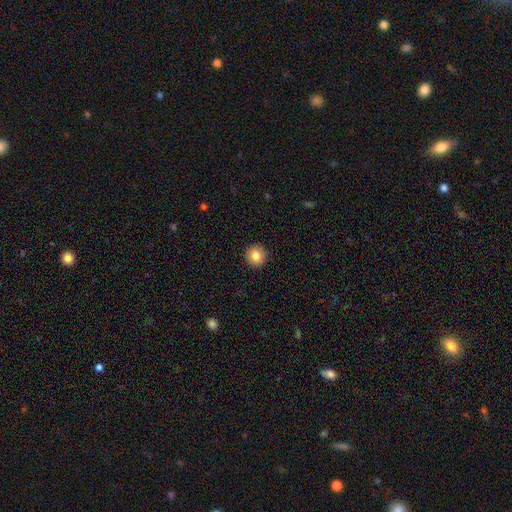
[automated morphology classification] Smooth or featured? smooth (84%)
How rounded? round (95%)
Merging? none (93%)